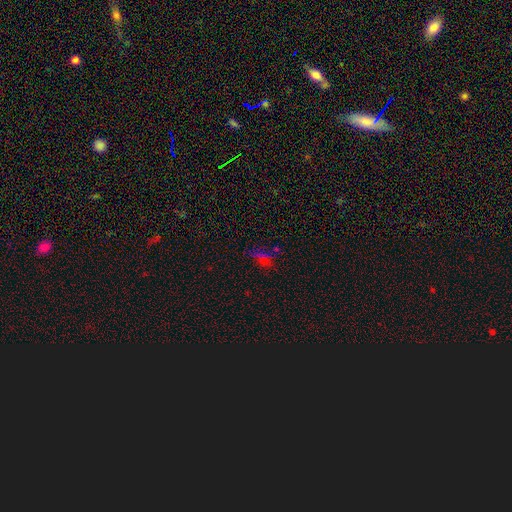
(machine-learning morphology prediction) Smooth or featured?
  - star or artifact: 50% *
  - smooth: 40%
  - featured or disk: 10%